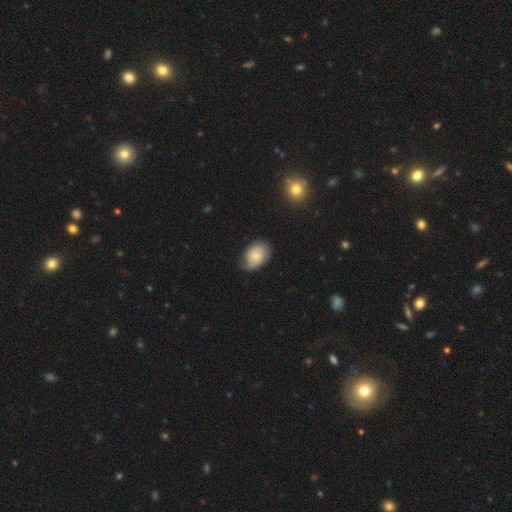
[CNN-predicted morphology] Smooth or featured?
  - smooth: 60% *
  - featured or disk: 33%
  - star or artifact: 7%
How rounded?
  - in between: 80% *
  - round: 18%
  - cigar-shaped: 1%
Merging?
  - none: 60% *
  - minor disturbance: 31%
  - major disturbance: 7%
  - merger: 1%